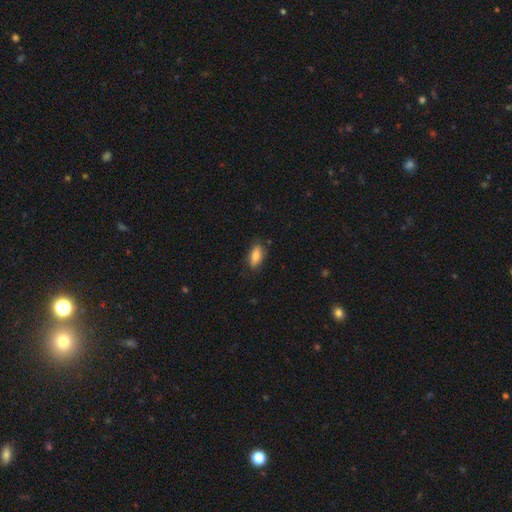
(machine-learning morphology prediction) Q: Smooth or featured?
A: smooth (82%); runner-up: featured or disk (11%)
Q: How rounded?
A: in between (85%); runner-up: cigar-shaped (12%)
Q: Merging?
A: none (80%); runner-up: minor disturbance (16%)